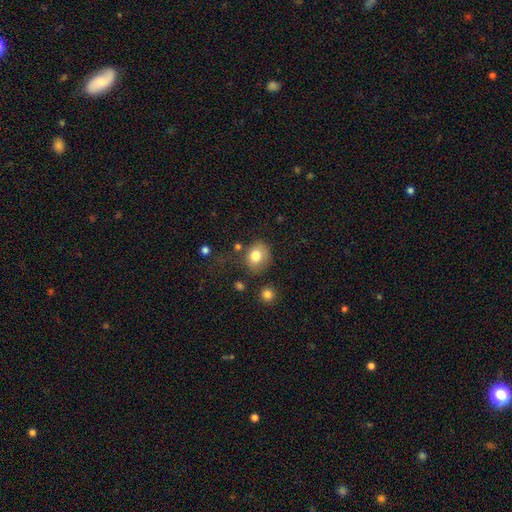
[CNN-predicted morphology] A smooth galaxy with no disk features (80%) that is round (58%).

Vote fractions:
- Smooth or featured? smooth: 80% / featured or disk: 11% / star or artifact: 9%
- How rounded? round: 58% / in between: 41% / cigar-shaped: 1%
- Merging? none: 69% / minor disturbance: 19% / major disturbance: 7% / merger: 5%